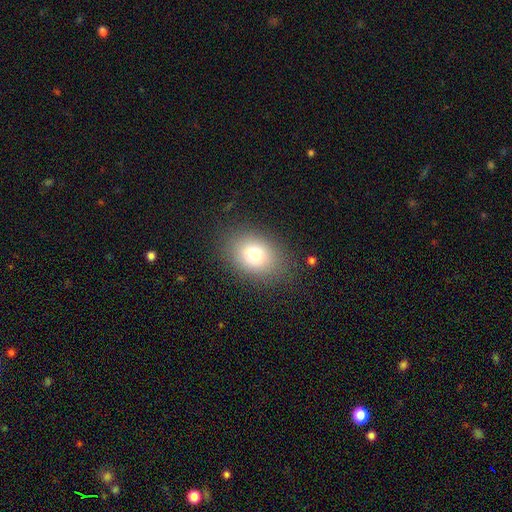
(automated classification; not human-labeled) smooth 75%, featured or disk 13%, star or artifact 12%. Down the decision tree: how rounded — in between (68%); merging — none (83%).